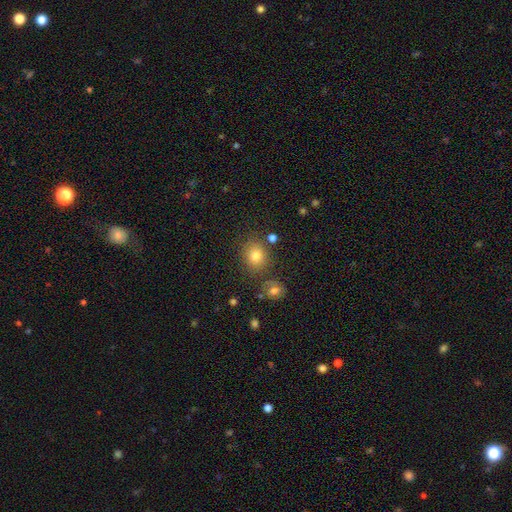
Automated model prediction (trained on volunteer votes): Overall: smooth (79%). How rounded: round (74%). Merging: none (79%).